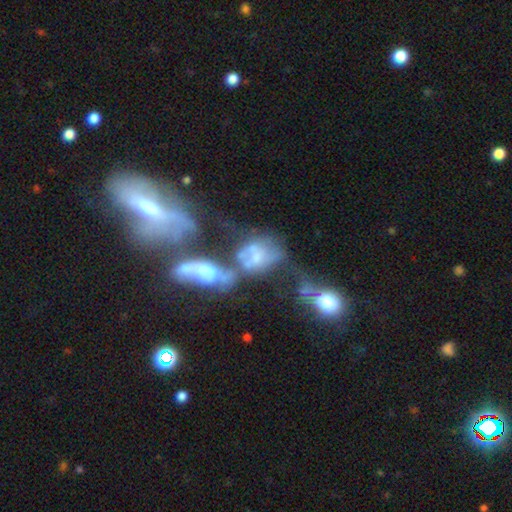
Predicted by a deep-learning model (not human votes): Smooth or featured?
  - featured or disk: 54% *
  - smooth: 32%
  - star or artifact: 15%
Edge-on disk?
  - no: 94% *
  - yes: 6%
Bar?
  - no: 80% *
  - weak: 14%
  - strong: 6%
Spiral arms?
  - no: 71% *
  - yes: 29%
Bulge size?
  - moderate: 33% *
  - none: 29%
  - small: 27%
  - large: 8%
  - dominant: 3%
Merging?
  - merger: 62% *
  - major disturbance: 19%
  - none: 11%
  - minor disturbance: 8%